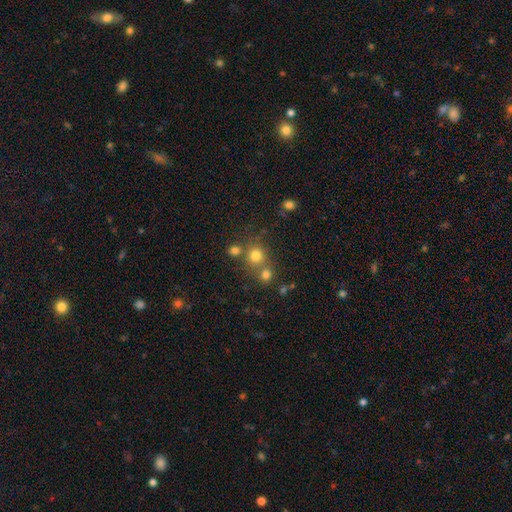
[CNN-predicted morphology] type=smooth (75%); roundness=round (88%); merging=none (61%).